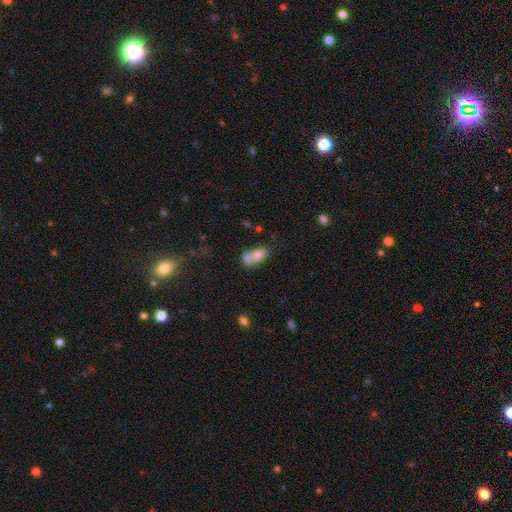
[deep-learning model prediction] Smooth or featured?
  - smooth: 74% *
  - featured or disk: 16%
  - star or artifact: 9%
How rounded?
  - in between: 83% *
  - round: 13%
  - cigar-shaped: 4%
Merging?
  - merger: 59% *
  - none: 24%
  - minor disturbance: 10%
  - major disturbance: 6%